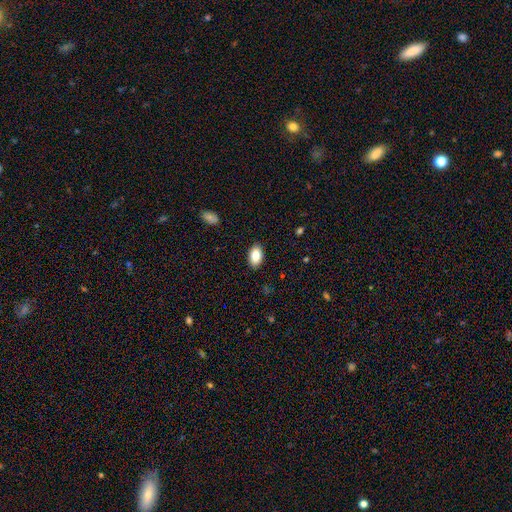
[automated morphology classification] A smooth galaxy with no disk features (83%) that is in between round and cigar-shaped (92%).

Vote fractions:
- Smooth or featured? smooth: 83% / featured or disk: 10% / star or artifact: 7%
- How rounded? in between: 92% / round: 6% / cigar-shaped: 2%
- Merging? none: 89% / minor disturbance: 8% / major disturbance: 2% / merger: 1%